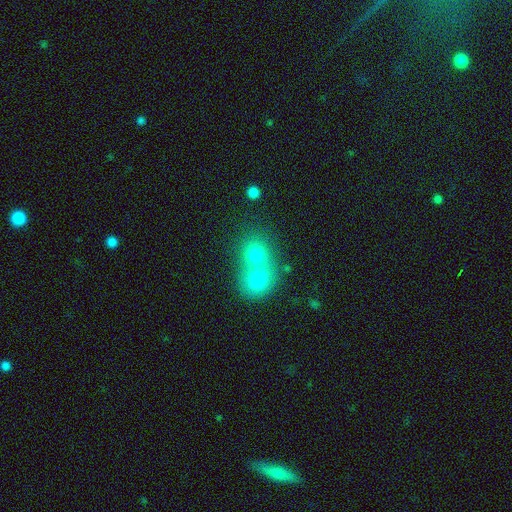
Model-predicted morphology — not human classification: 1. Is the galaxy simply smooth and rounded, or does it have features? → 76% smooth, 12% featured or disk, 12% star or artifact.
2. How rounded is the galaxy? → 66% round, 33% in between, 1% cigar-shaped.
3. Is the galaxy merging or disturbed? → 59% merger, 32% none, 7% minor disturbance, 3% major disturbance.